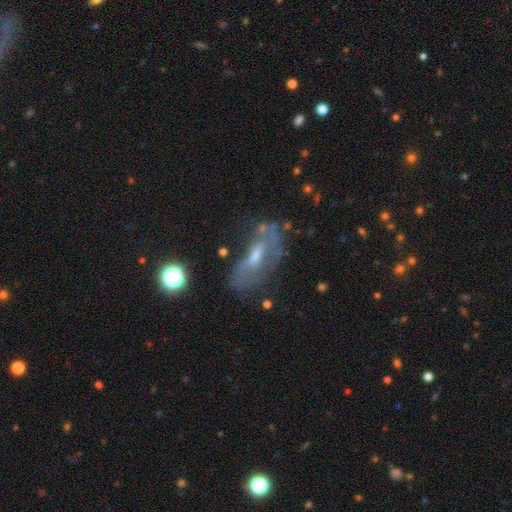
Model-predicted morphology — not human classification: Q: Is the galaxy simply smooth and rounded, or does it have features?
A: featured or disk — 61%.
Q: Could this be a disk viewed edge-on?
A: no — 85%.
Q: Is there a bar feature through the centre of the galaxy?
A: no — 43%.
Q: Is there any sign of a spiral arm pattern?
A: no — 51%.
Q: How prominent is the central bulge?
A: moderate — 47%.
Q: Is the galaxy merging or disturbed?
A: none — 50%.